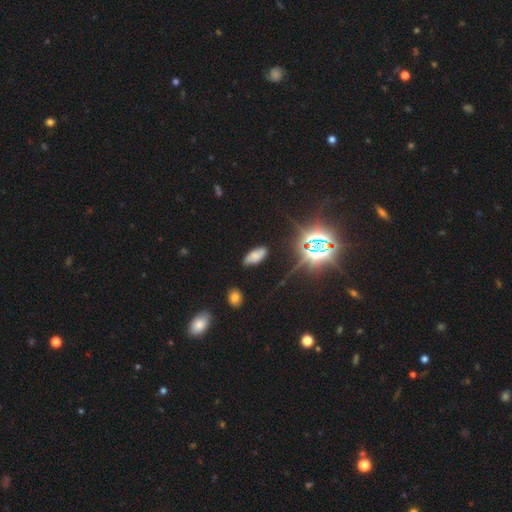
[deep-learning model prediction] A smooth galaxy with no disk features (60%) that is in between round and cigar-shaped (86%). Merging: none (78%).